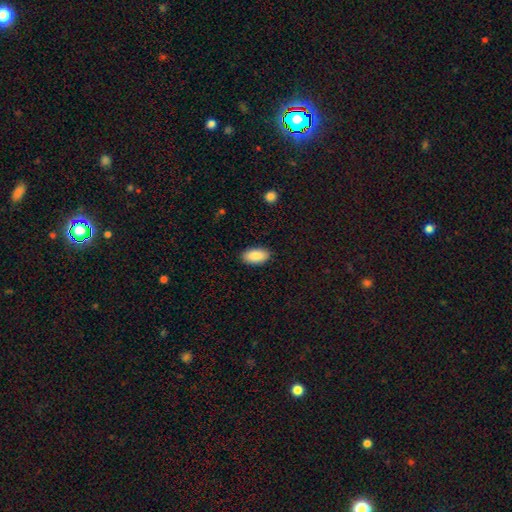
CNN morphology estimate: smooth_or_featured: smooth (p=0.88) [alt: star or artifact p=0.06]
how_rounded: in between (p=0.94) [alt: cigar-shaped p=0.03]
merging: none (p=0.89) [alt: minor disturbance p=0.08]